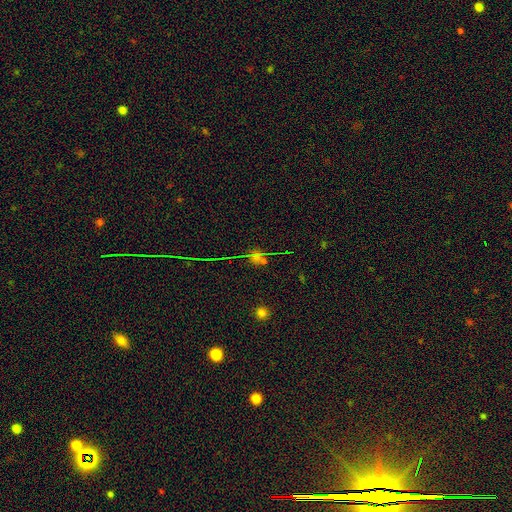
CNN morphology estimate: type=star or artifact (52%).